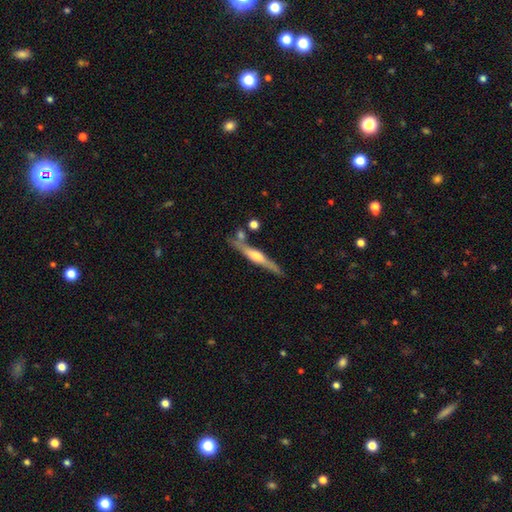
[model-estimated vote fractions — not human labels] Smooth or featured? Predicted: featured or disk (p=0.70). Edge-on disk? Predicted: yes (p=0.96). Edge-on bulge? Predicted: rounded (p=0.83). Merging? Predicted: none (p=0.76).